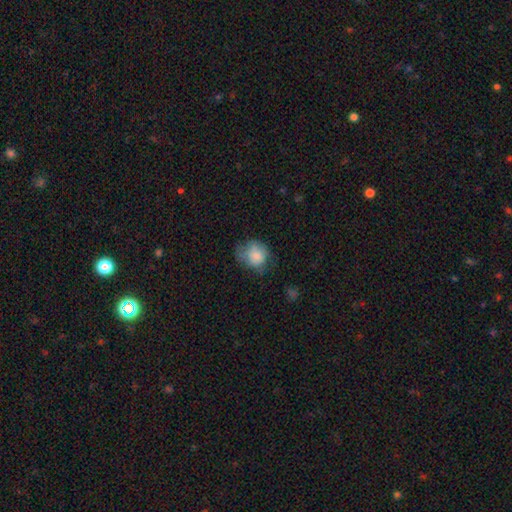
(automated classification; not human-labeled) Q: Smooth or featured?
A: smooth (78%); runner-up: featured or disk (14%)
Q: How rounded?
A: round (66%); runner-up: in between (33%)
Q: Merging?
A: none (45%); runner-up: minor disturbance (33%)